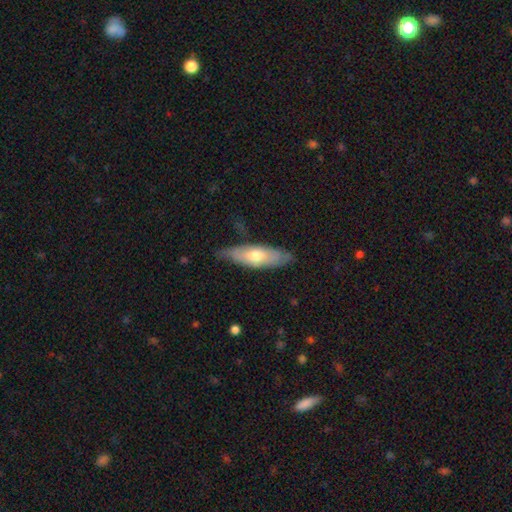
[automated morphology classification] smooth_or_featured: smooth (p=0.54) [alt: featured or disk p=0.40]
how_rounded: in between (p=0.55) [alt: cigar-shaped p=0.43]
merging: none (p=0.69) [alt: minor disturbance p=0.25]